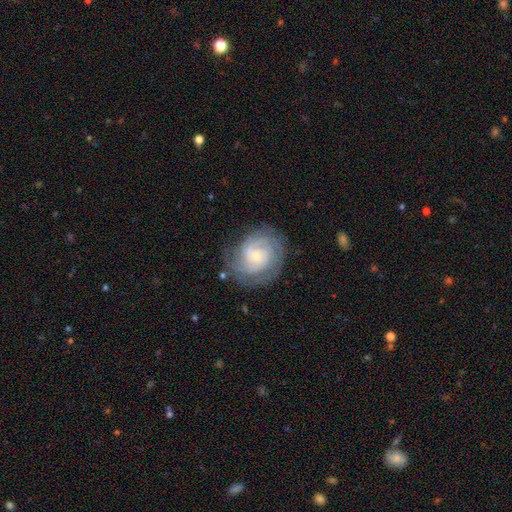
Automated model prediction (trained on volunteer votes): featured or disk 79%, smooth 14%, star or artifact 7%. Down the decision tree: edge-on disk — no (98%); bar — no (60%); spiral arms — yes (95%); spiral arm count — can't tell (30%, tied with 2); spiral winding — tight (66%); bulge size — small (65%); merging — none (76%).